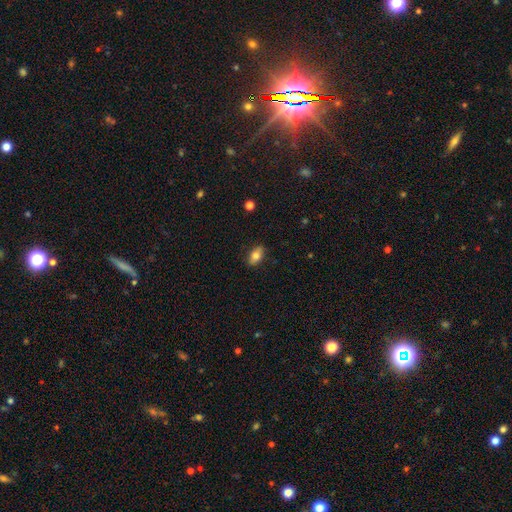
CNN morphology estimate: Smooth or featured?
  - smooth: 77% *
  - featured or disk: 15%
  - star or artifact: 8%
How rounded?
  - in between: 87% *
  - round: 7%
  - cigar-shaped: 7%
Merging?
  - none: 85% *
  - minor disturbance: 11%
  - major disturbance: 2%
  - merger: 1%